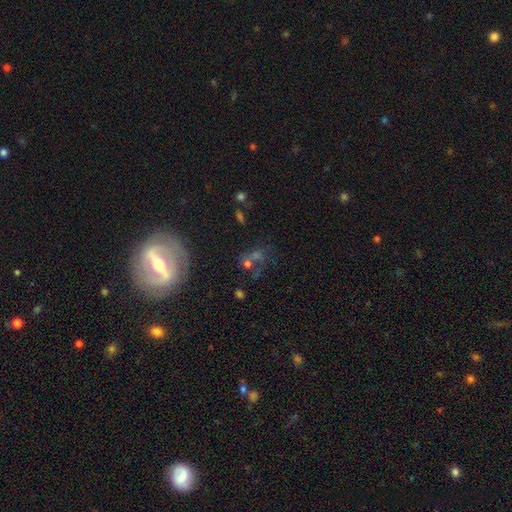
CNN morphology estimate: type=featured or disk (49%); merging=none (58%).